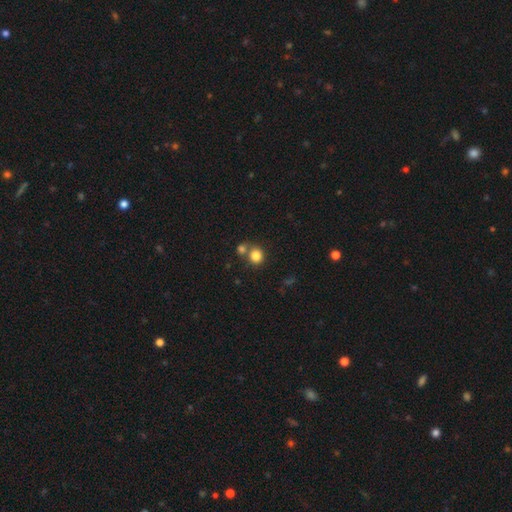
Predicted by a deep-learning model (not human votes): The model was most divided on "merging": none: 57%, merger: 32%, minor disturbance: 8%, major disturbance: 3%. More confident: how rounded — round (86%); smooth or featured — smooth (82%).